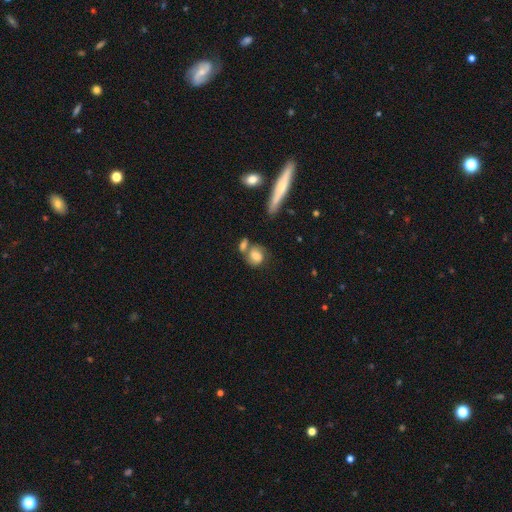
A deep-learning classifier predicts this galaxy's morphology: type=smooth (67%); roundness=round (56%); merging=none (41%).